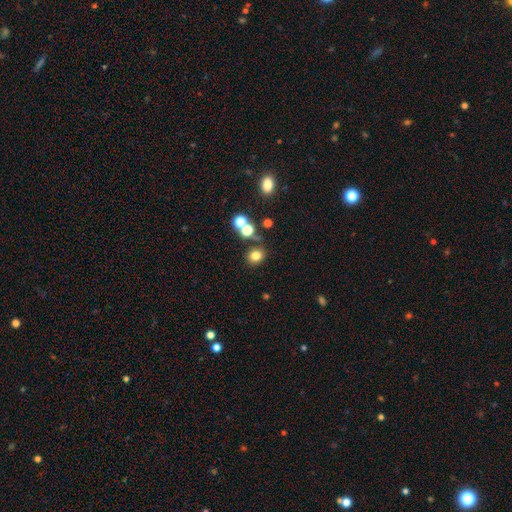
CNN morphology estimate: Smooth or featured? smooth (77%)
How rounded? round (71%)
Merging? none (75%)